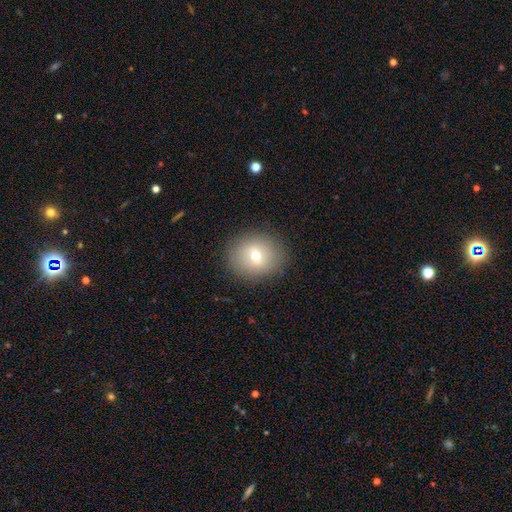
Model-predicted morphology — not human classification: smooth 69%, featured or disk 18%, star or artifact 13%. Down the decision tree: how rounded — round (79%); merging — none (88%).